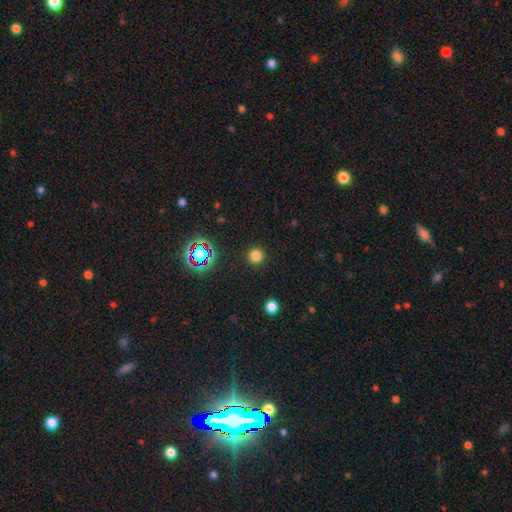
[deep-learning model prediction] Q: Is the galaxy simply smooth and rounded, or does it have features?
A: smooth — 78%.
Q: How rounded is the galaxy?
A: round — 95%.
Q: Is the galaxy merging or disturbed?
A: none — 92%.